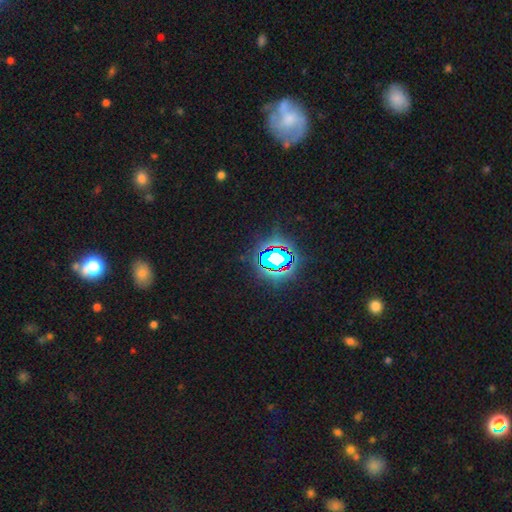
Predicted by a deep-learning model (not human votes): A star or artifact, not a galaxy (74%).

Vote fractions:
- Smooth or featured? star or artifact: 74% / smooth: 15% / featured or disk: 11%